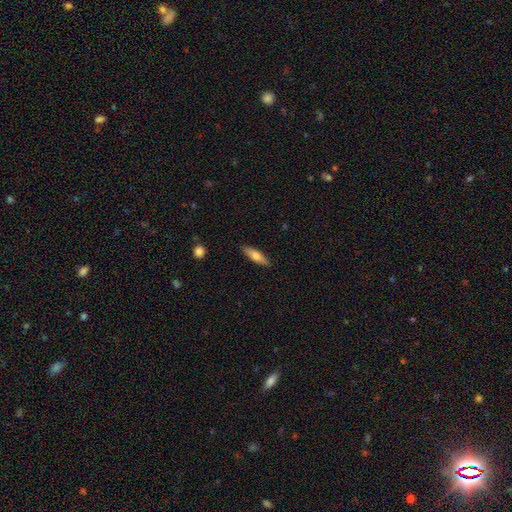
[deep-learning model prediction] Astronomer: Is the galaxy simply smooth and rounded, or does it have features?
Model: smooth — 68%.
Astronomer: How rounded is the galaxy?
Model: cigar-shaped — 64%.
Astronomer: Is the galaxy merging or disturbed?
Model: none — 88%.